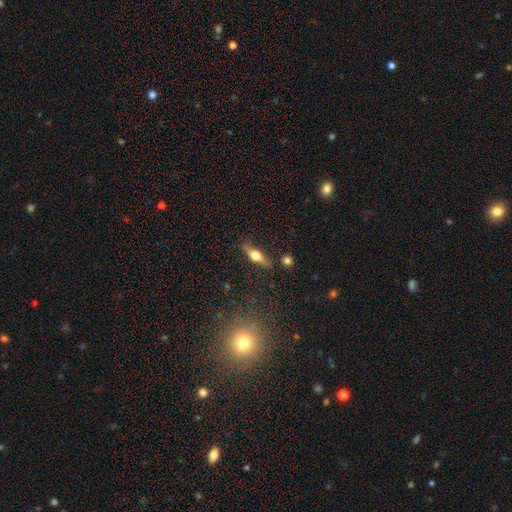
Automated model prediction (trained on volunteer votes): Smooth or featured? Predicted: featured or disk (p=0.59). Edge-on disk? Predicted: yes (p=0.93). Edge-on bulge? Predicted: rounded (p=0.95). Merging? Predicted: none (p=0.82).